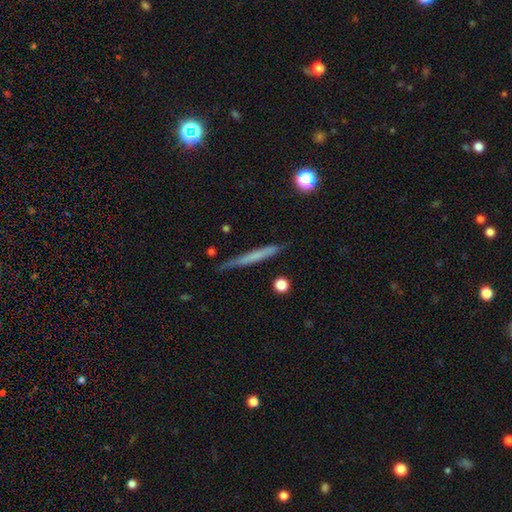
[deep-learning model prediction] smooth_or_featured: smooth (p=0.56) [alt: featured or disk p=0.37]
how_rounded: cigar-shaped (p=0.95) [alt: in between p=0.03]
merging: none (p=0.81) [alt: minor disturbance p=0.14]